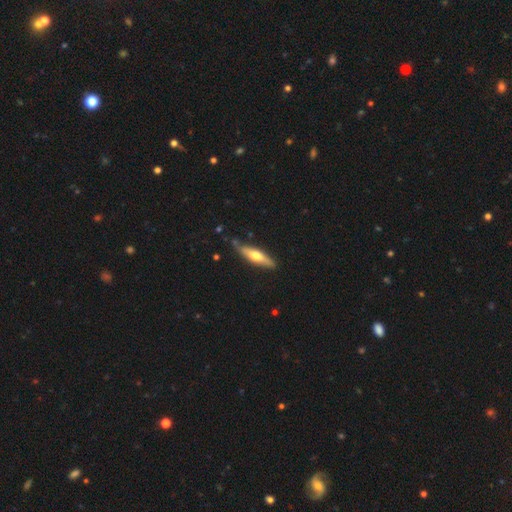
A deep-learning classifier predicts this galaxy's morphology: smooth 47% (tied), featured or disk 47% (tied), star or artifact 5%. Down the decision tree: merging — none (79%).